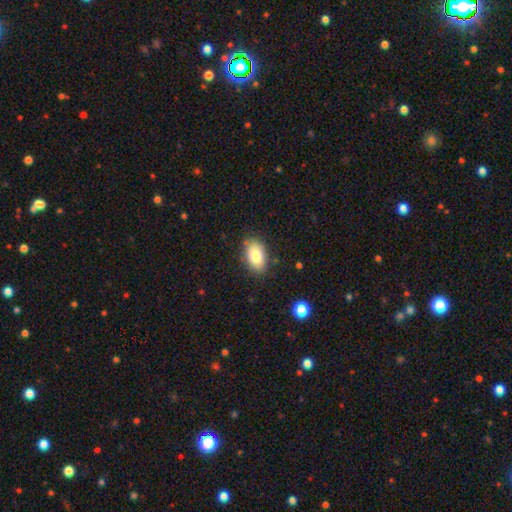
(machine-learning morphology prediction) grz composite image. It shows a smooth galaxy with no disk features (79%) that is in between round and cigar-shaped (90%). Merging: none (82%).